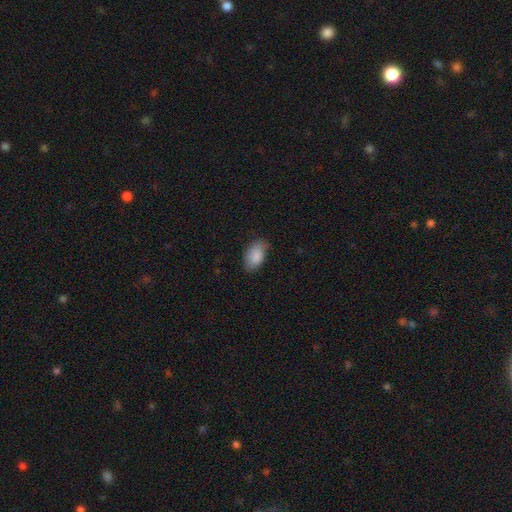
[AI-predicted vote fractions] Smooth or featured: smooth — 88% (star or artifact — 6%)
How rounded: in between — 94% (round — 4%)
Merging: none — 78% (minor disturbance — 18%)